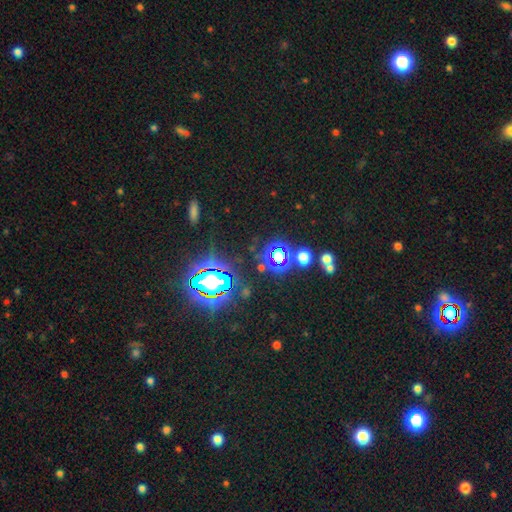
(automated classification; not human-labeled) Morphology: type=star or artifact (83%).